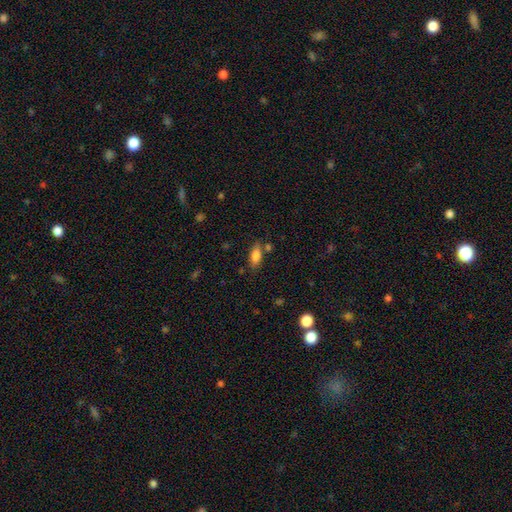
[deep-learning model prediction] smooth_or_featured: smooth (p=0.80) [alt: featured or disk p=0.12]
how_rounded: in between (p=0.79) [alt: cigar-shaped p=0.18]
merging: none (p=0.71) [alt: minor disturbance p=0.16]